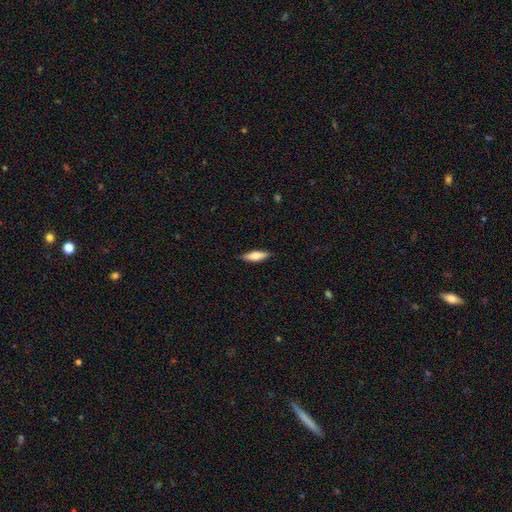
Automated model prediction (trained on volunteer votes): smooth 67%, featured or disk 27%, star or artifact 6%. Down the decision tree: how rounded — cigar-shaped (57%); merging — none (88%).